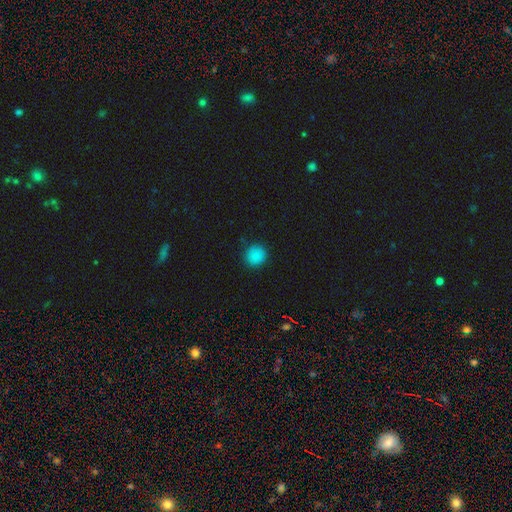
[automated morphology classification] The model was most divided on "smooth or featured": smooth: 85%, star or artifact: 12%, featured or disk: 3%. More confident: merging — none (88%); how rounded — round (88%).